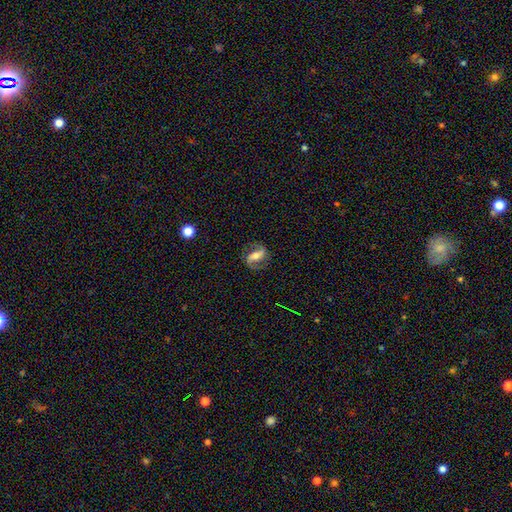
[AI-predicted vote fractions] Smooth or featured? featured or disk (73%)
Edge-on disk? no (93%)
Bar? strong (55%)
Spiral arms? yes (90%)
Spiral winding? medium (44%)
Spiral arm count? 2 (90%)
Bulge size? moderate (56%)
Merging? none (78%)